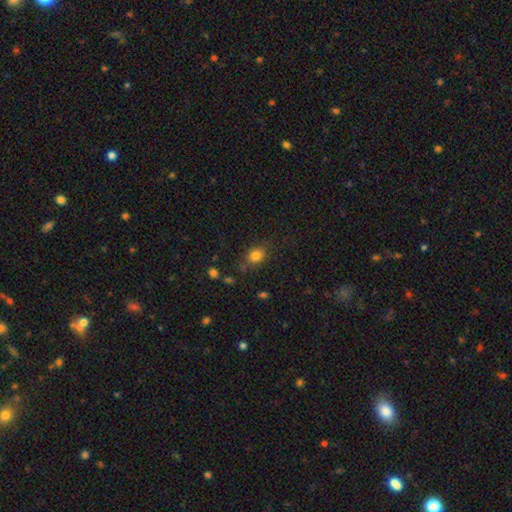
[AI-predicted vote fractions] A smooth galaxy with no disk features (82%) that is round (52%).

Vote fractions:
- Smooth or featured? smooth: 82% / star or artifact: 12% / featured or disk: 6%
- How rounded? round: 52% / in between: 46% / cigar-shaped: 1%
- Merging? none: 75% / minor disturbance: 16% / major disturbance: 6% / merger: 3%